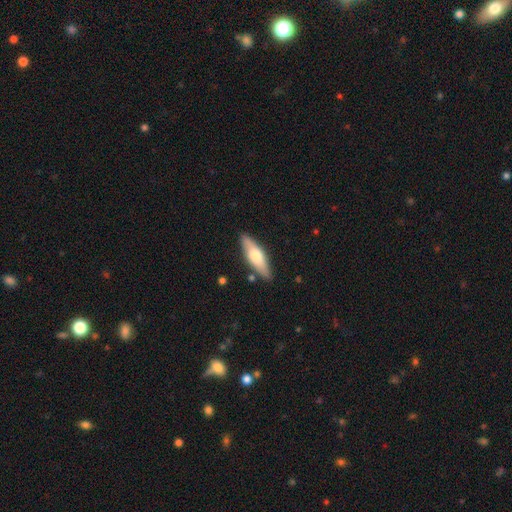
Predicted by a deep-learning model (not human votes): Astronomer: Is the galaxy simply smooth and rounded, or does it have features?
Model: smooth — 58% (runner-up: featured or disk, 37%).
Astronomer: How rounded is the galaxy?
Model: cigar-shaped — 55% (runner-up: in between, 43%).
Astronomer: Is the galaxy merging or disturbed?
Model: none — 85%.